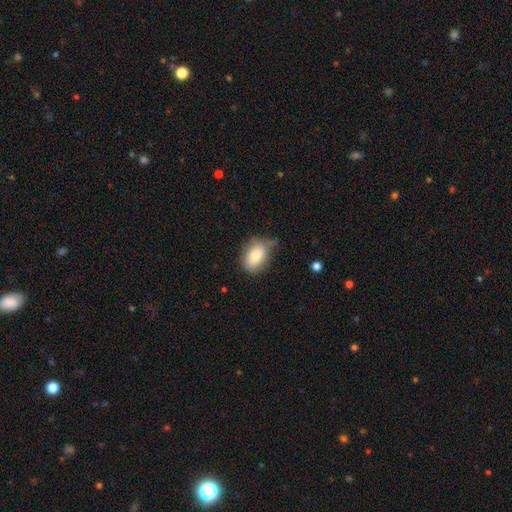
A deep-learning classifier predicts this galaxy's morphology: This is clearly a smooth galaxy (80%). How rounded: clearly in between (82%). Merging: possibly none (59%).